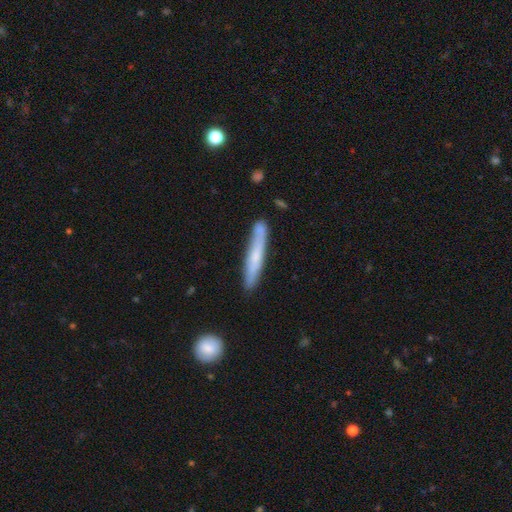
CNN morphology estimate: smooth_or_featured: smooth (p=0.58) [alt: featured or disk p=0.36]
how_rounded: cigar-shaped (p=0.94) [alt: in between p=0.04]
merging: none (p=0.77) [alt: minor disturbance p=0.15]